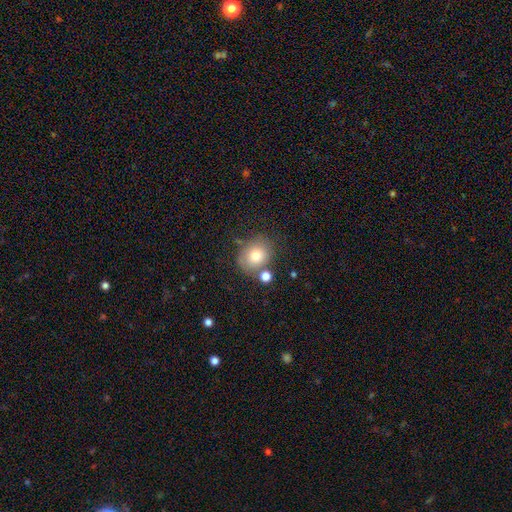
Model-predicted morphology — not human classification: Smooth or featured: smooth — 75% (featured or disk — 14%)
How rounded: round — 67% (in between — 32%)
Merging: none — 66% (minor disturbance — 15%)